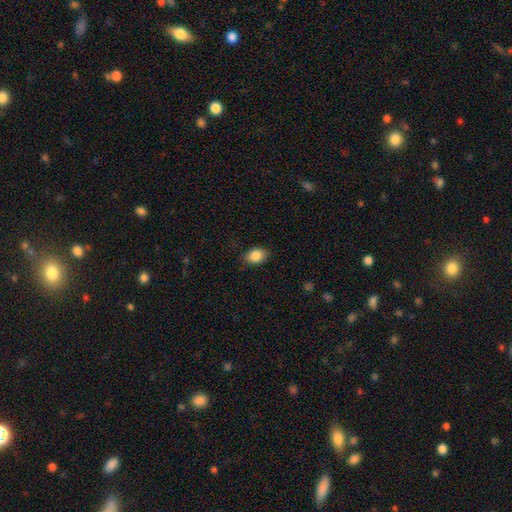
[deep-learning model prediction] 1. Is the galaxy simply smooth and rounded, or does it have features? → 87% smooth, 8% star or artifact, 5% featured or disk.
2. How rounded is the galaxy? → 79% in between, 20% round, 1% cigar-shaped.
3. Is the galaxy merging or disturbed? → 85% none, 12% minor disturbance, 3% major disturbance, 1% merger.